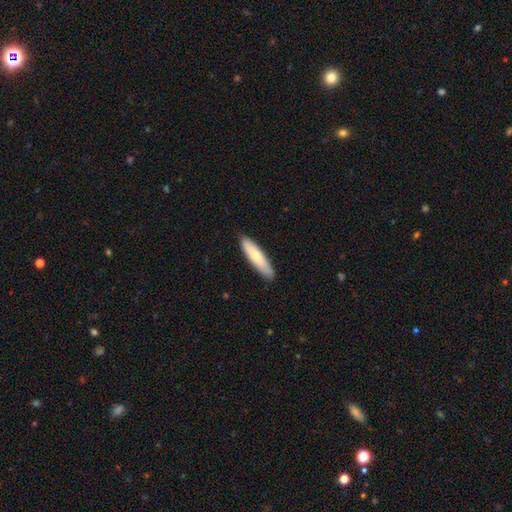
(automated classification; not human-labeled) Q: Smooth or featured?
A: smooth (70%); runner-up: featured or disk (25%)
Q: How rounded?
A: cigar-shaped (74%); runner-up: in between (24%)
Q: Merging?
A: none (88%); runner-up: minor disturbance (9%)